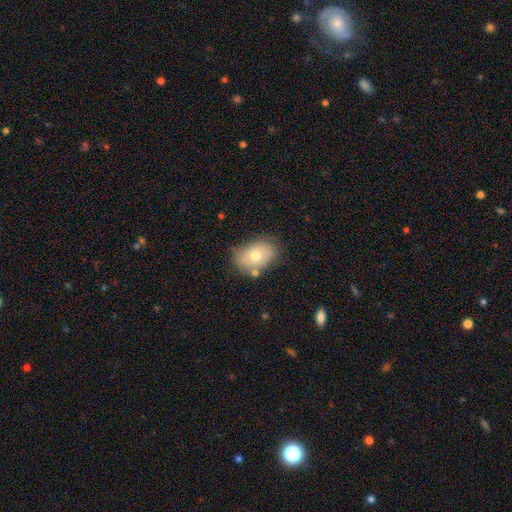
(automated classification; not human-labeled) smooth 68%, featured or disk 24%, star or artifact 8%. Down the decision tree: how rounded — in between (82%); merging — none (72%).